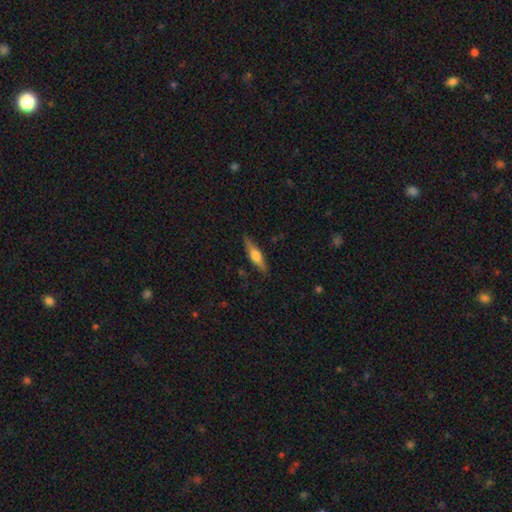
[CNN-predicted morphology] Smooth or featured? featured or disk (56%)
Edge-on disk? yes (95%)
Edge-on bulge? rounded (92%)
Merging? none (88%)